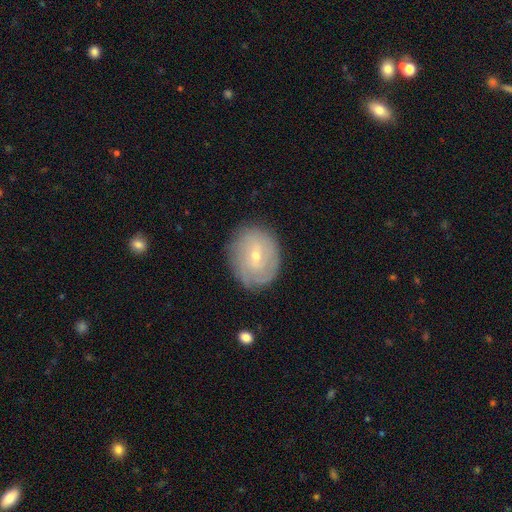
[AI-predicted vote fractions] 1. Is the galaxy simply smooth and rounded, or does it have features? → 57% featured or disk, 35% smooth, 8% star or artifact.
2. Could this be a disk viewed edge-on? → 95% no, 5% yes.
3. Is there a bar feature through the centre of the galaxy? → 48% no, 42% weak, 10% strong.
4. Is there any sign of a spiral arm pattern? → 68% yes, 32% no.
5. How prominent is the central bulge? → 69% small, 28% moderate, 1% large, 1% none, 1% dominant.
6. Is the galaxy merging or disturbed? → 80% none, 14% minor disturbance, 4% major disturbance, 1% merger.